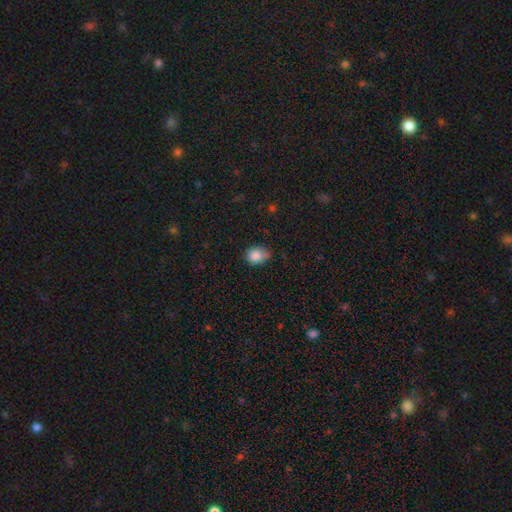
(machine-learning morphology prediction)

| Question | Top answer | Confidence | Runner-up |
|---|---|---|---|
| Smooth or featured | smooth | 84% | star or artifact (10%) |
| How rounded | in between | 55% | round (44%) |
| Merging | none | 58% | minor disturbance (34%) |